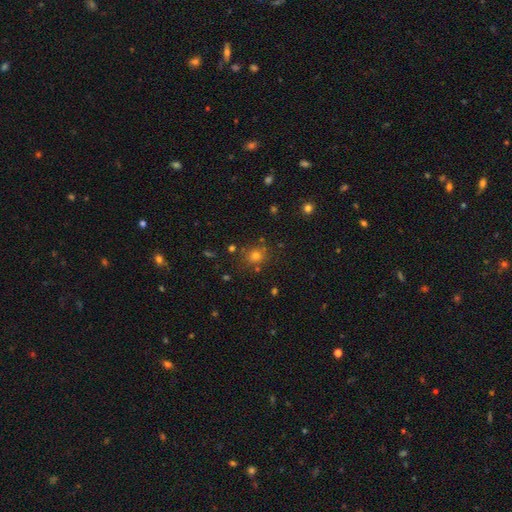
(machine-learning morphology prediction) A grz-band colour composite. It shows a smooth galaxy with no disk features (69%) that is round (82%). Merging: none (78%).